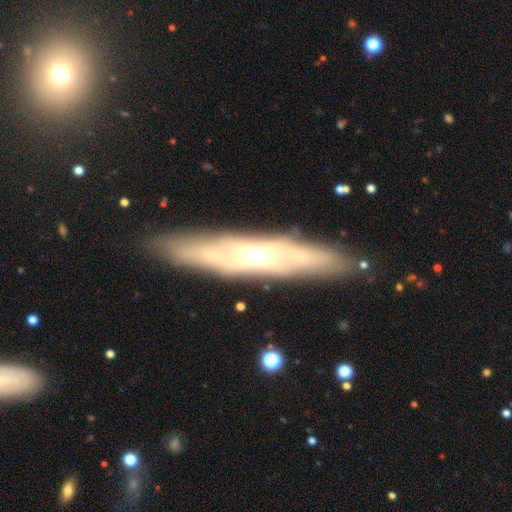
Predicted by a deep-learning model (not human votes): Smooth or featured?
  - featured or disk: 74% *
  - smooth: 19%
  - star or artifact: 7%
Edge-on disk?
  - yes: 67% *
  - no: 33%
Merging?
  - none: 84% *
  - minor disturbance: 11%
  - major disturbance: 3%
  - merger: 2%